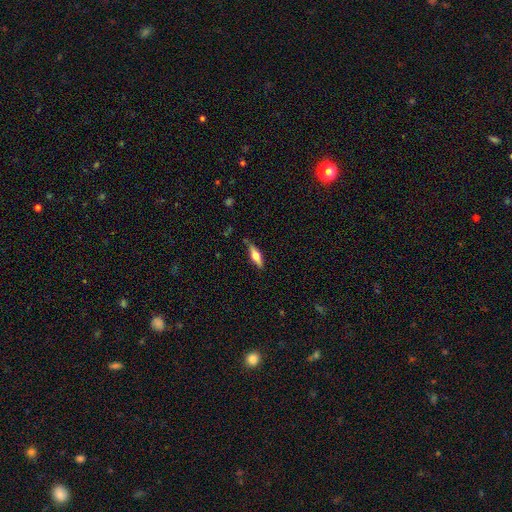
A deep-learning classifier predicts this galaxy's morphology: Smooth or featured: smooth — 49% (featured or disk — 45%)
Merging: none — 80% (minor disturbance — 15%)